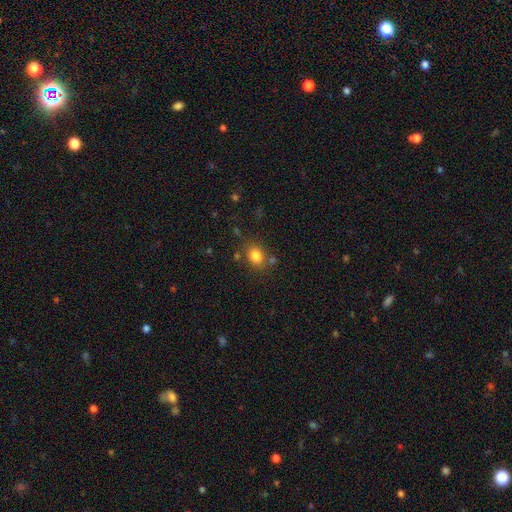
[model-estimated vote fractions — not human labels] A smooth galaxy with no disk features (82%) that is in between round and cigar-shaped (51%).

Vote fractions:
- Smooth or featured? smooth: 82% / star or artifact: 11% / featured or disk: 7%
- How rounded? in between: 51% / round: 48% / cigar-shaped: 1%
- Merging? none: 74% / minor disturbance: 13% / merger: 9% / major disturbance: 4%